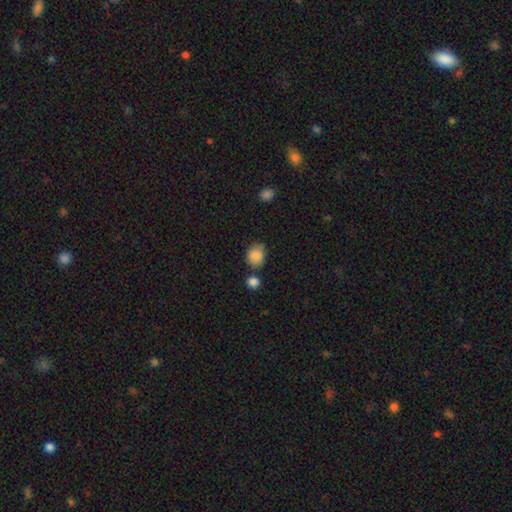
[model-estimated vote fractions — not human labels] Smooth or featured? Predicted: smooth (p=0.87). How rounded? Predicted: round (p=0.56). Merging? Predicted: none (p=0.68).